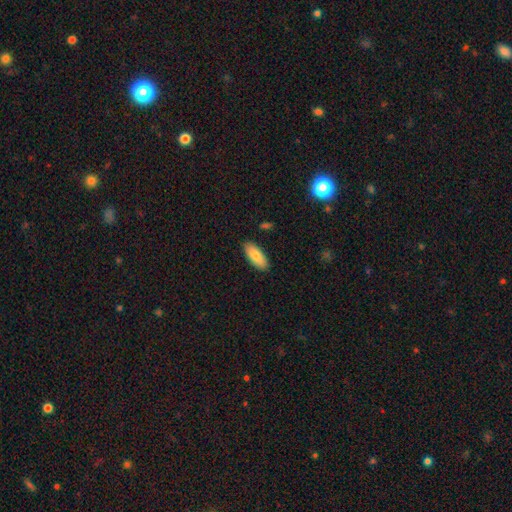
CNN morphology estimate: A smooth galaxy with no disk features (85%) that is in between round and cigar-shaped (82%). Merging: none (88%).